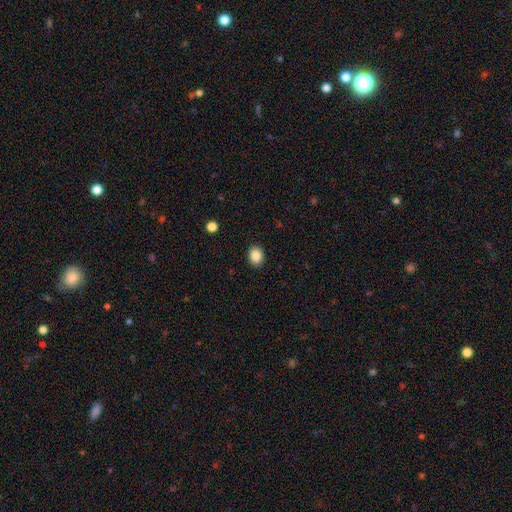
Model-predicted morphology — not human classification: Q: Smooth or featured?
A: smooth (87%); runner-up: star or artifact (9%)
Q: How rounded?
A: in between (55%); runner-up: round (44%)
Q: Merging?
A: none (90%); runner-up: minor disturbance (7%)